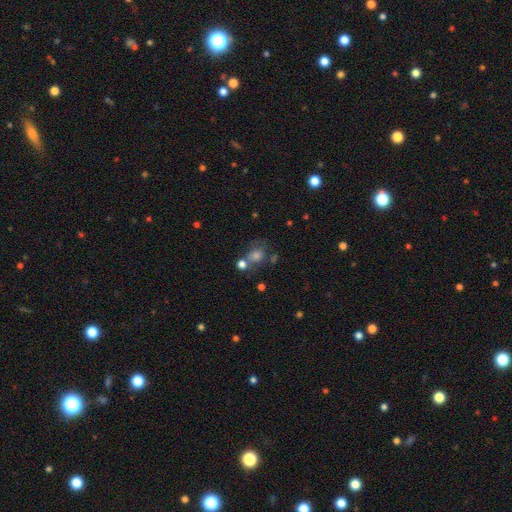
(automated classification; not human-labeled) Smooth or featured? Predicted: smooth (p=0.58). How rounded? Predicted: round (p=0.71). Merging? Predicted: none (p=0.54).